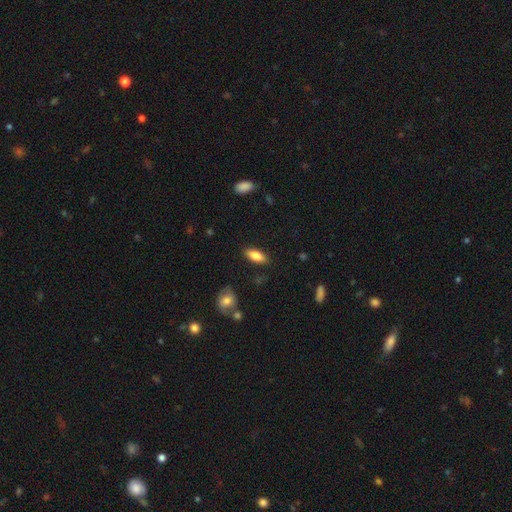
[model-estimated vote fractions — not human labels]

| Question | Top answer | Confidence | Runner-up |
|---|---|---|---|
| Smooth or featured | smooth | 83% | featured or disk (10%) |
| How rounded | in between | 78% | cigar-shaped (20%) |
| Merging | none | 86% | minor disturbance (10%) |